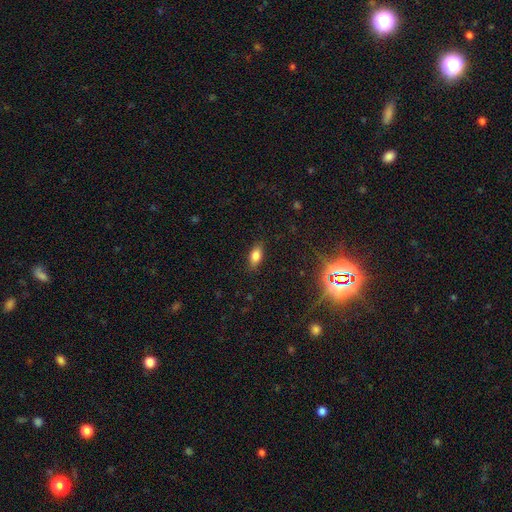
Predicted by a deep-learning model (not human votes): Smooth or featured? Predicted: smooth (p=0.80). How rounded? Predicted: in between (p=0.86). Merging? Predicted: none (p=0.86).